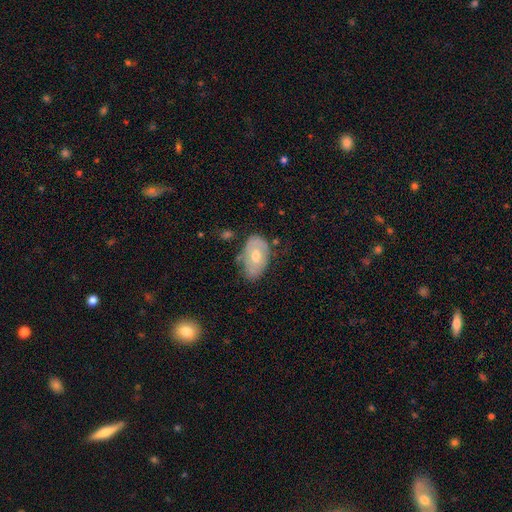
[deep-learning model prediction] A featured or disk galaxy (50%).

Vote fractions:
- Smooth or featured? featured or disk: 50% / smooth: 43% / star or artifact: 7%
- Merging? none: 60% / minor disturbance: 28% / major disturbance: 8% / merger: 4%